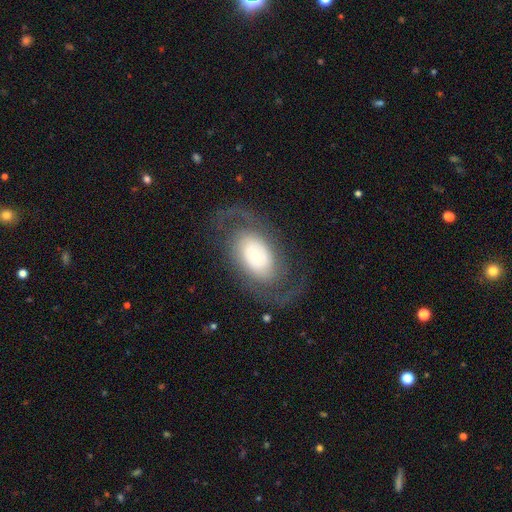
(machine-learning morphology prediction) Q: Smooth or featured?
A: featured or disk (75%); runner-up: smooth (18%)
Q: Edge-on disk?
A: no (94%); runner-up: yes (6%)
Q: Bar?
A: no (72%); runner-up: weak (22%)
Q: Spiral arms?
A: yes (84%); runner-up: no (16%)
Q: Spiral winding?
A: tight (43%); runner-up: medium (35%)
Q: Spiral arm count?
A: 2 (56%); runner-up: can't tell (25%)
Q: Bulge size?
A: small (50%); runner-up: moderate (32%)
Q: Merging?
A: none (66%); runner-up: major disturbance (18%)